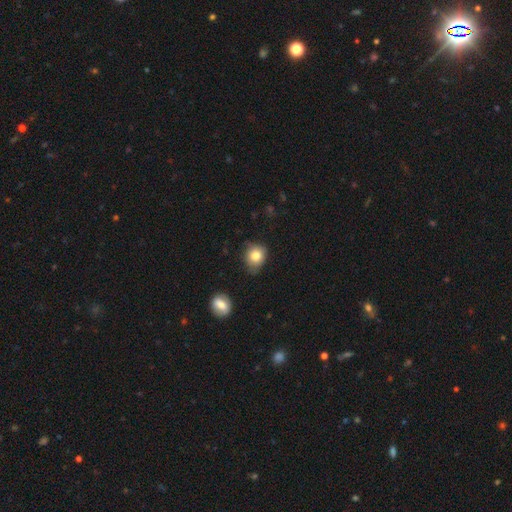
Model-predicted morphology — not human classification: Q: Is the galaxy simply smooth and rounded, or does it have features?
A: smooth — 80%.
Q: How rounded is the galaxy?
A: round — 67%.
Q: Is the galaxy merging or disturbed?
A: none — 61%.